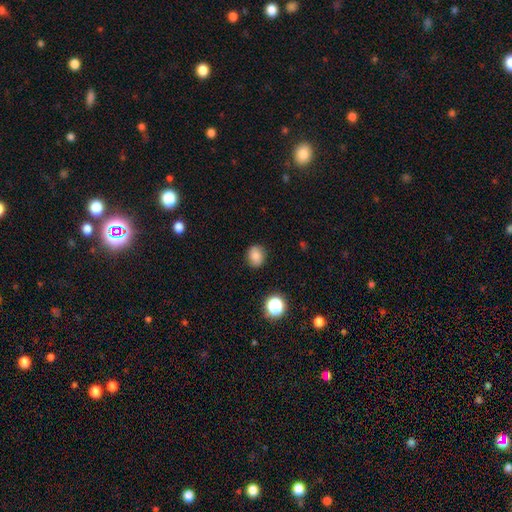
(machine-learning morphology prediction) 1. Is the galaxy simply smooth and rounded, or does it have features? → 81% smooth, 12% star or artifact, 7% featured or disk.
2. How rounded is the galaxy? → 65% round, 34% in between, 1% cigar-shaped.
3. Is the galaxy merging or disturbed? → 85% none, 11% minor disturbance, 3% major disturbance, 1% merger.